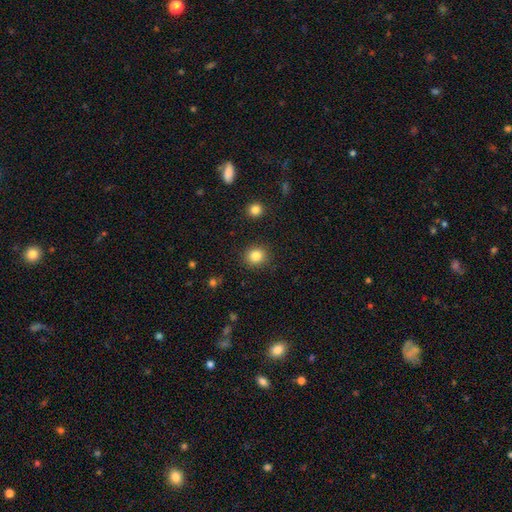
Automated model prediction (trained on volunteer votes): Morphology: type=smooth (84%); roundness=round (82%); merging=none (89%).